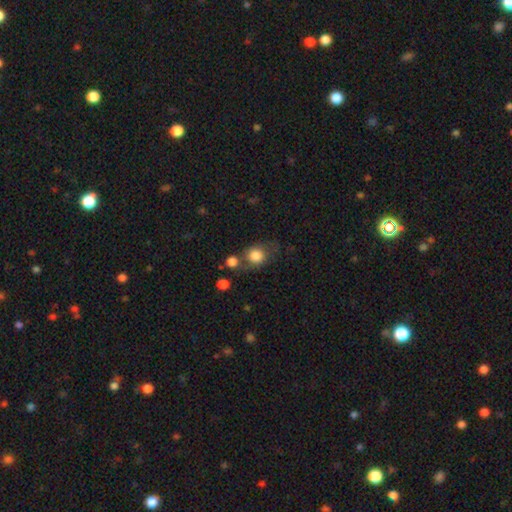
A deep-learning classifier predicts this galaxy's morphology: Smooth or featured? Predicted: smooth (p=0.79). How rounded? Predicted: round (p=0.68). Merging? Predicted: none (p=0.51).